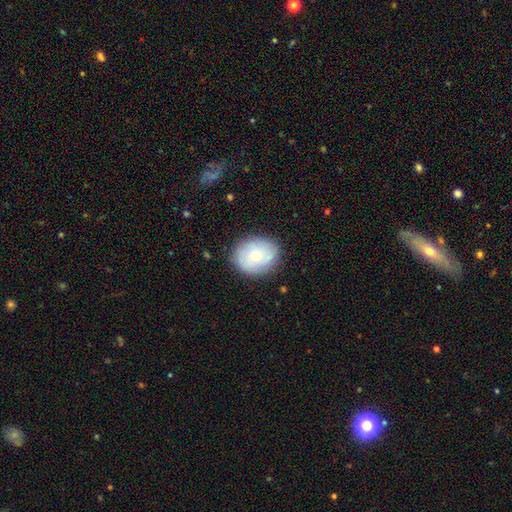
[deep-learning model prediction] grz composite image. It shows a smooth galaxy with no disk features (61%) that is round (59%). Merging: none (82%).